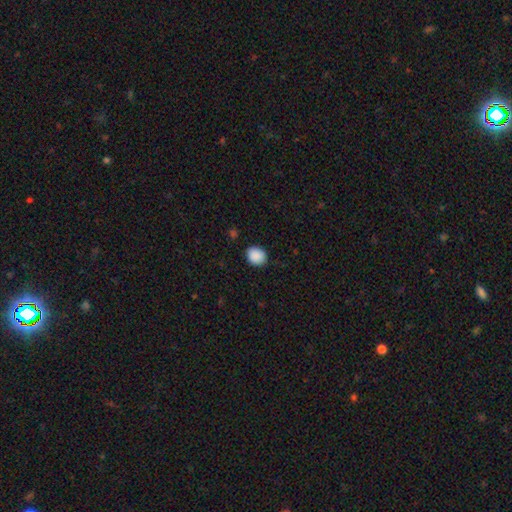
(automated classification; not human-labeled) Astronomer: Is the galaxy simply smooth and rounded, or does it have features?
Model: smooth — 89%.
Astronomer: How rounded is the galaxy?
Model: round — 63%.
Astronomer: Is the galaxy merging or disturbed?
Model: none — 87%.